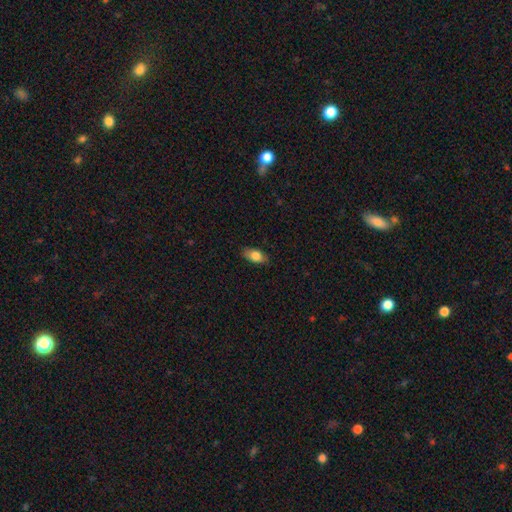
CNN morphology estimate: Smooth or featured? smooth (80%)
How rounded? in between (88%)
Merging? none (82%)